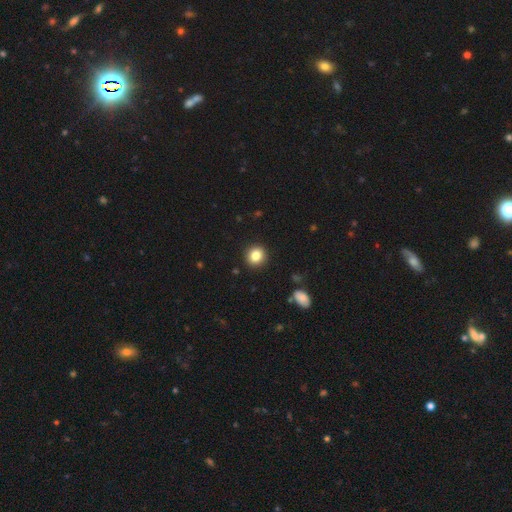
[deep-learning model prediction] smooth_or_featured: smooth (p=0.85) [alt: star or artifact p=0.10]
how_rounded: round (p=0.85) [alt: in between p=0.14]
merging: none (p=0.91) [alt: minor disturbance p=0.06]